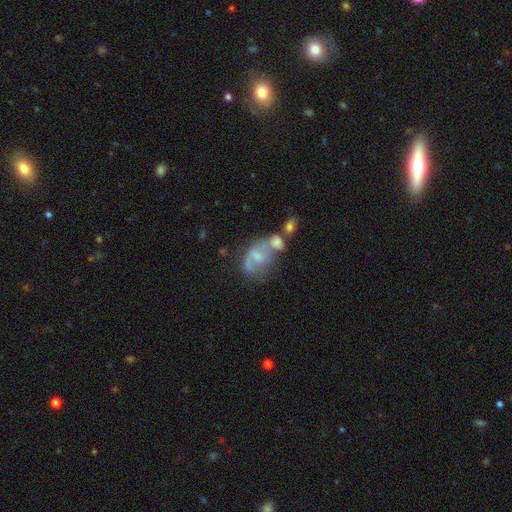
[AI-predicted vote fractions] Smooth or featured? Predicted: featured or disk (p=0.50). Edge-on disk? Predicted: no (p=0.96). Merging? Predicted: merger (p=0.44).